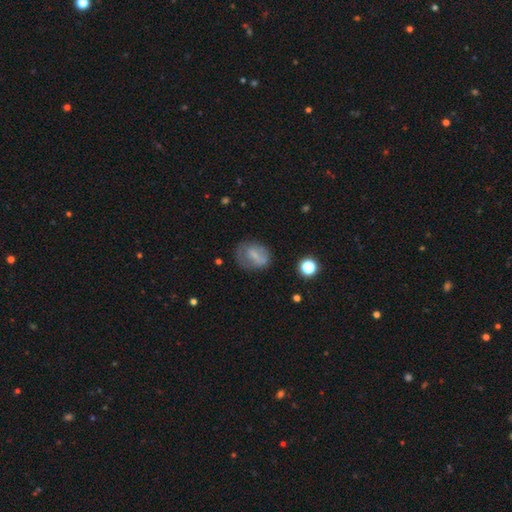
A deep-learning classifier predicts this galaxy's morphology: smooth 56%, featured or disk 33%, star or artifact 11%. Down the decision tree: how rounded — in between (57%); merging — none (54%).